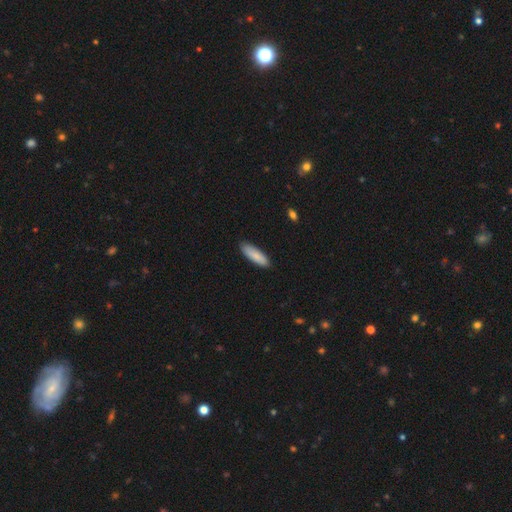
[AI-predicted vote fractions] The model was most divided on "how rounded" (2-way tie): cigar-shaped: 49%, in between: 49%, round: 1%. More confident: merging — none (87%); smooth or featured — smooth (86%).